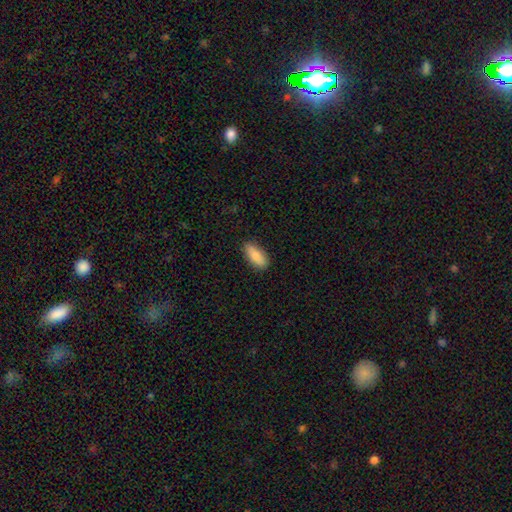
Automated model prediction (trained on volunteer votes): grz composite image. It shows a smooth galaxy with no disk features (85%) that is in between round and cigar-shaped (83%). Merging: none (87%).